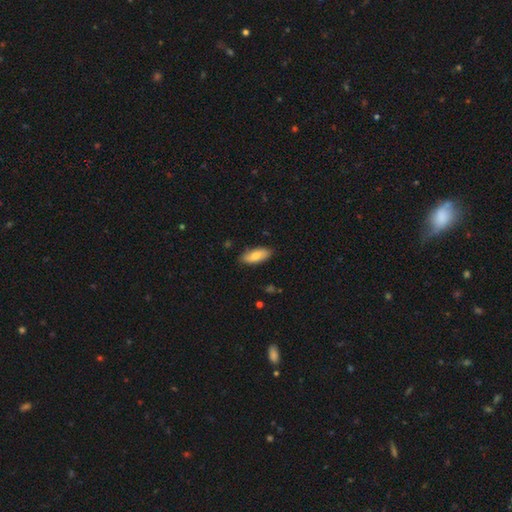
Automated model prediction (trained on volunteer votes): Q: Smooth or featured?
A: smooth (74%); runner-up: featured or disk (20%)
Q: How rounded?
A: in between (83%); runner-up: cigar-shaped (14%)
Q: Merging?
A: none (85%); runner-up: minor disturbance (12%)